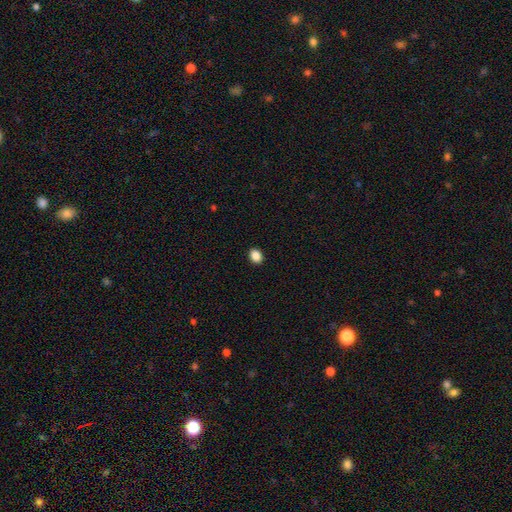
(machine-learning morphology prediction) Overall: smooth (88%). How rounded: in between (64%; round 35%). Merging: none (91%).